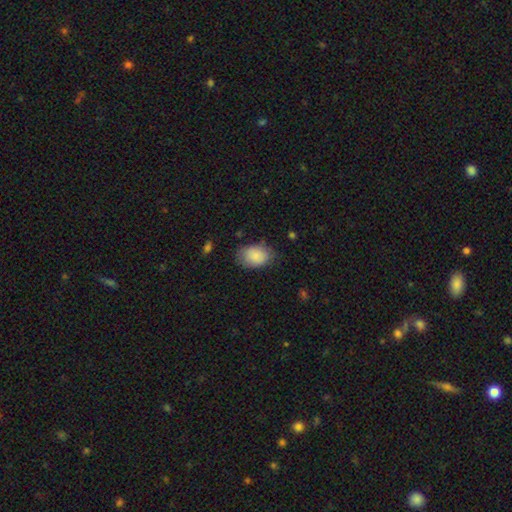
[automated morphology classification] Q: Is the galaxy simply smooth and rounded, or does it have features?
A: smooth — 84%.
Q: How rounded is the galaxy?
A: in between — 79%.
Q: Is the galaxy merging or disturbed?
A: none — 69%.